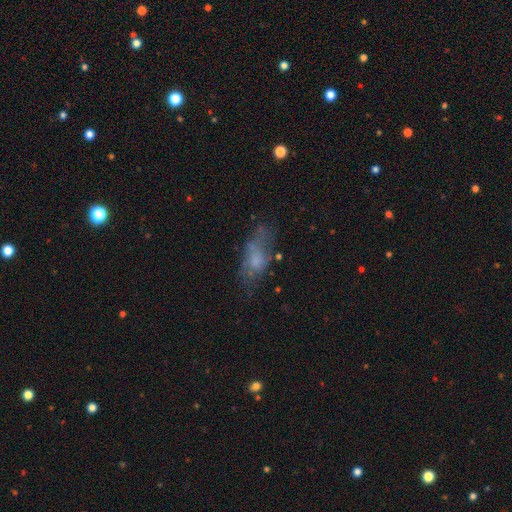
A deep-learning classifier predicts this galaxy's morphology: The model was most divided on "smooth or featured": smooth: 53%, featured or disk: 35%, star or artifact: 12%. Remaining: how rounded — in between (75%); merging — none (46%).